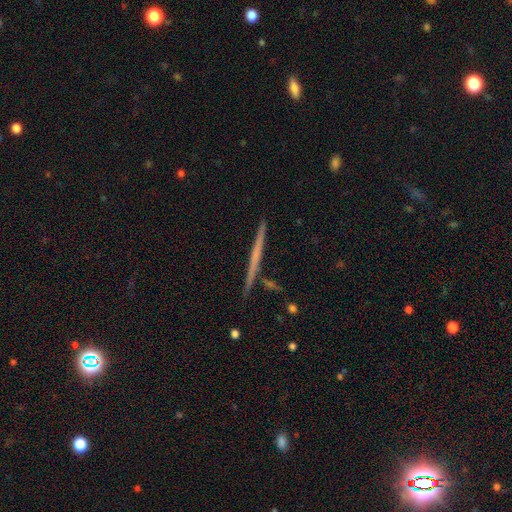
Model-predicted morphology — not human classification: Overall: featured or disk (62%; smooth 32%). Edge-on disk: yes (98%). Edge-on bulge: none (82%). Merging: none (91%).